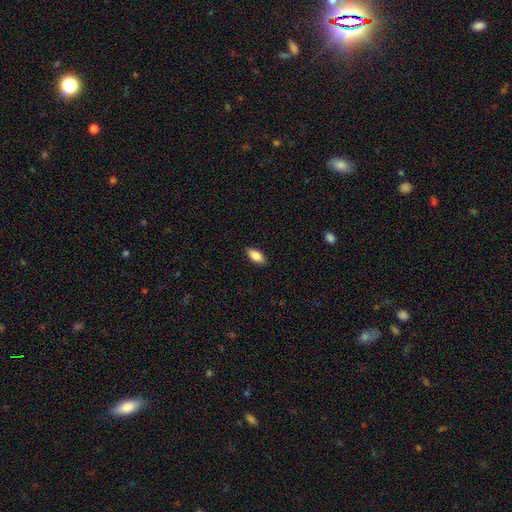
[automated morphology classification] smooth 85%, featured or disk 8%, star or artifact 6%. Down the decision tree: how rounded — in between (88%); merging — none (89%).